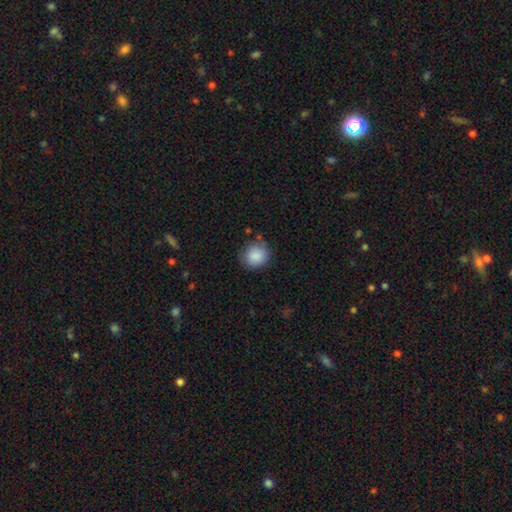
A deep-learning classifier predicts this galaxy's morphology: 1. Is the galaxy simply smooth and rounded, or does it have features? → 89% smooth, 8% star or artifact, 3% featured or disk.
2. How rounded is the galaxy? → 83% round, 16% in between, 1% cigar-shaped.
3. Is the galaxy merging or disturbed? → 83% none, 12% minor disturbance, 3% major disturbance, 2% merger.